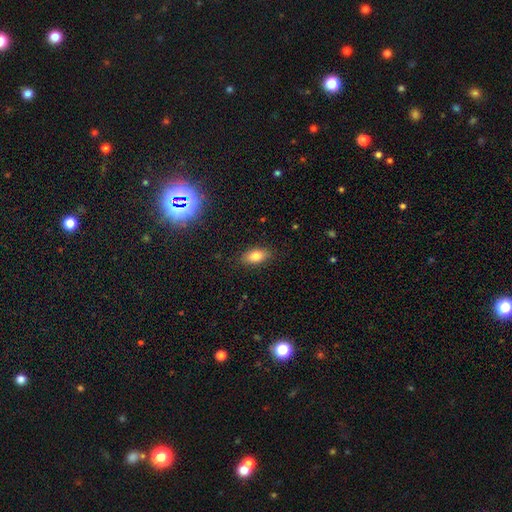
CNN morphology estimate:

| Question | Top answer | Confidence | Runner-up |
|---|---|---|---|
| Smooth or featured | smooth | 79% | featured or disk (11%) |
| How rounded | in between | 88% | round (6%) |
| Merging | none | 87% | minor disturbance (10%) |